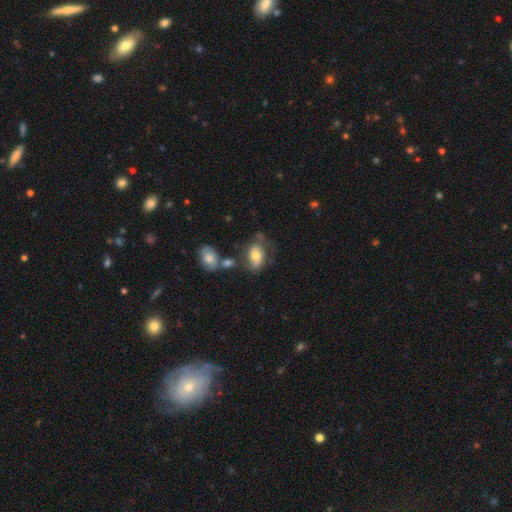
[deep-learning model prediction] smooth_or_featured: smooth (p=0.60) [alt: featured or disk p=0.33]
how_rounded: in between (p=0.86) [alt: round p=0.13]
merging: none (p=0.44) [alt: minor disturbance p=0.26]